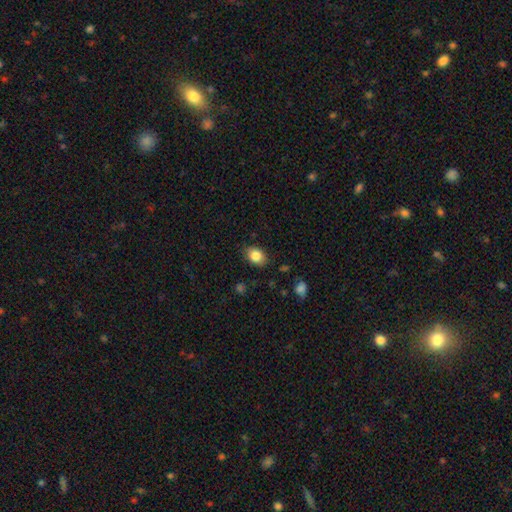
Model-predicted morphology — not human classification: smooth_or_featured: smooth (p=0.85) [alt: star or artifact p=0.08]
how_rounded: in between (p=0.71) [alt: round p=0.28]
merging: none (p=0.84) [alt: minor disturbance p=0.12]